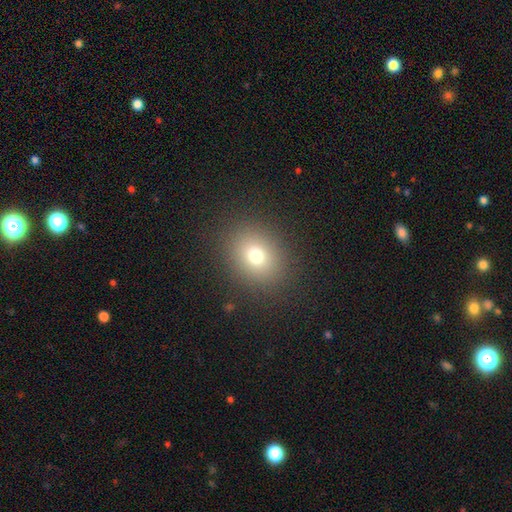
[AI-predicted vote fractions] A smooth galaxy with no disk features (74%) that is round (60%). Merging: none (88%).